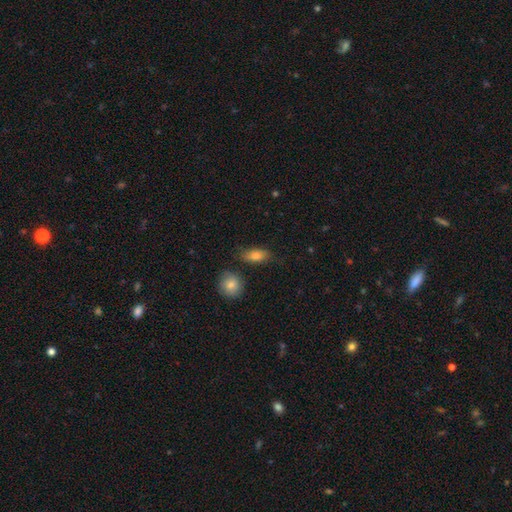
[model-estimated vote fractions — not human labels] This is likely a smooth galaxy (78%). How rounded: clearly in between (81%). Merging: likely none (76%).